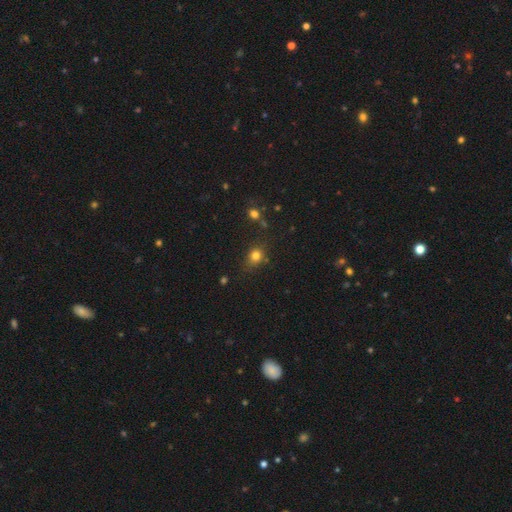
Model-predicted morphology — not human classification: type=smooth (78%); roundness=round (64%); merging=none (73%).